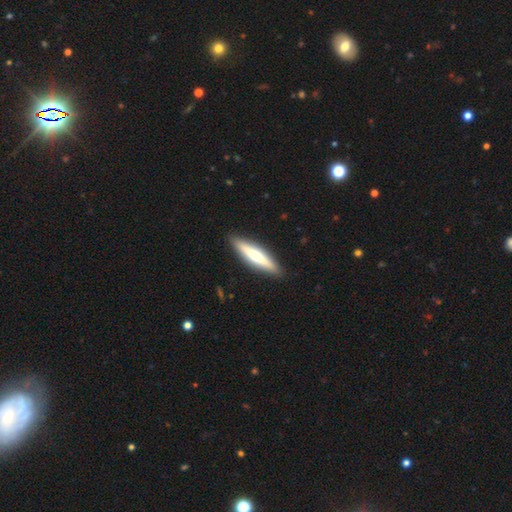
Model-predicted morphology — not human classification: Smooth or featured? Predicted: featured or disk (p=0.49). Merging? Predicted: none (p=0.90).